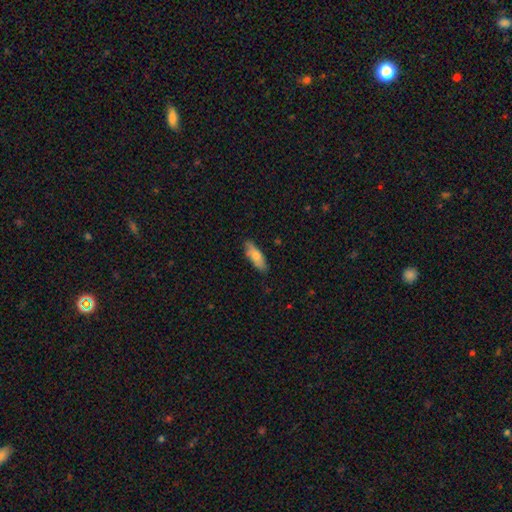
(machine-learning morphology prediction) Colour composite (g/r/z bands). It shows a smooth galaxy with no disk features (72%) that is in between round and cigar-shaped (57%). Merging: none (82%).